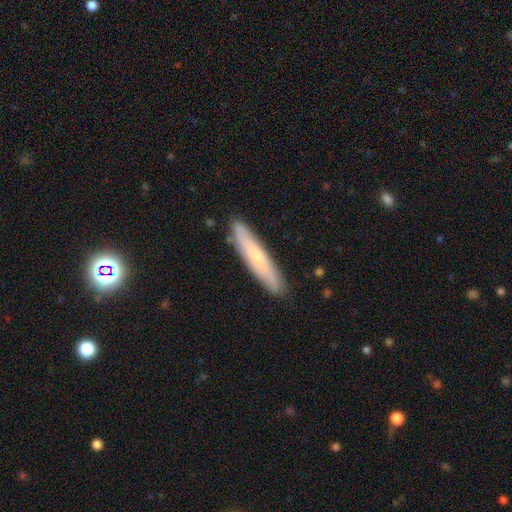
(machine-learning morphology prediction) This is possibly a smooth galaxy (58%). How rounded: clearly cigar-shaped (89%). Merging: clearly none (86%).